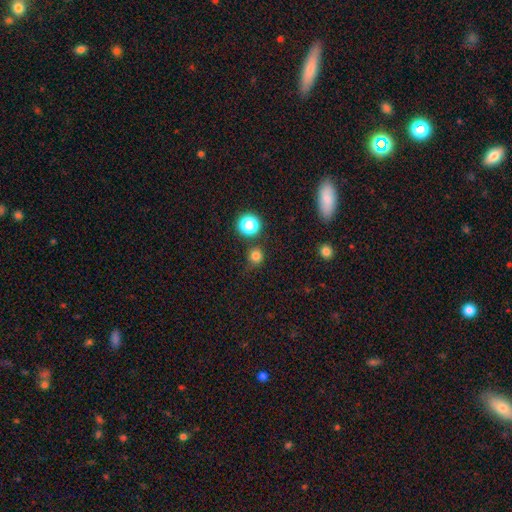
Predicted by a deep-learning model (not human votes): Smooth or featured: smooth — 76% (star or artifact — 19%)
How rounded: round — 92% (in between — 7%)
Merging: none — 81% (minor disturbance — 11%)